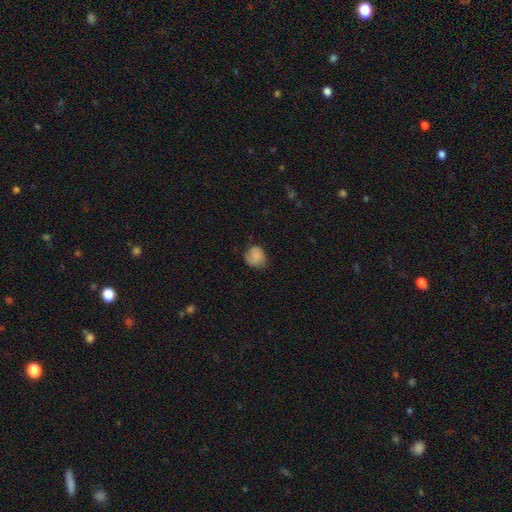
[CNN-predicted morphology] smooth 75%, featured or disk 16%, star or artifact 9%. Down the decision tree: how rounded — round (74%); merging — none (67%).